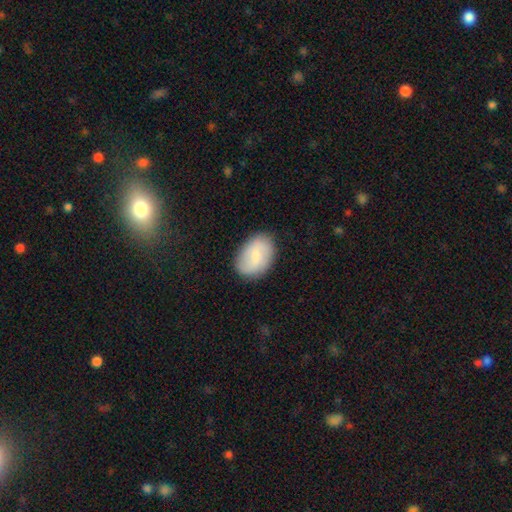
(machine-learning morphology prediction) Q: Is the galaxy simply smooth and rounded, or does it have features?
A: smooth — 65%.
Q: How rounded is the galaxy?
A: in between — 85%.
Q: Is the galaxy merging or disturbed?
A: none — 84%.